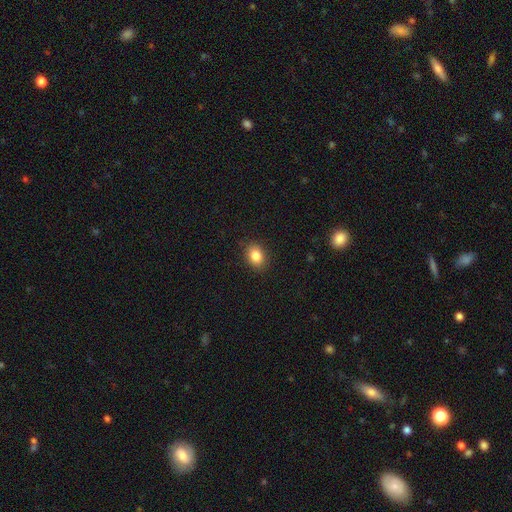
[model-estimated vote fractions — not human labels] The model was most divided on "how rounded": in between: 65%, round: 34%, cigar-shaped: 1%. More confident: merging — none (88%); smooth or featured — smooth (85%).